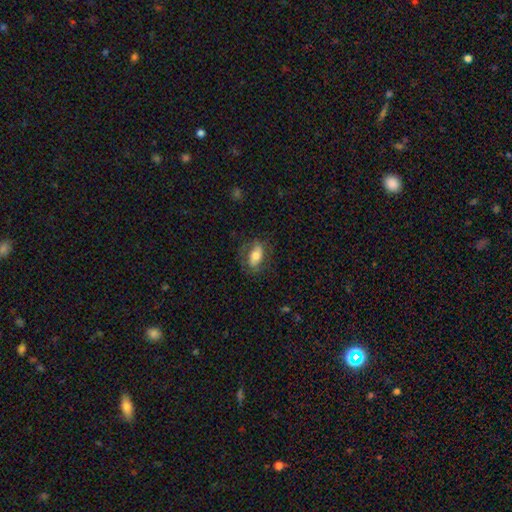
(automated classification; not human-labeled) smooth_or_featured: smooth (p=0.63) [alt: featured or disk p=0.29]
how_rounded: in between (p=0.87) [alt: cigar-shaped p=0.07]
merging: none (p=0.70) [alt: minor disturbance p=0.19]